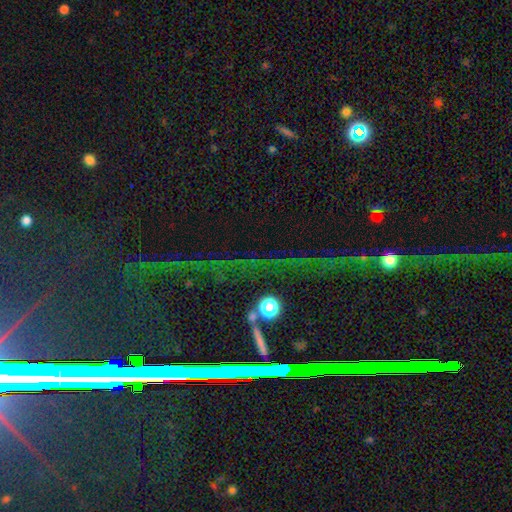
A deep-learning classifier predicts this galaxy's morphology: A star or artifact, not a galaxy (65%).

Vote fractions:
- Smooth or featured? star or artifact: 65% / smooth: 20% / featured or disk: 15%